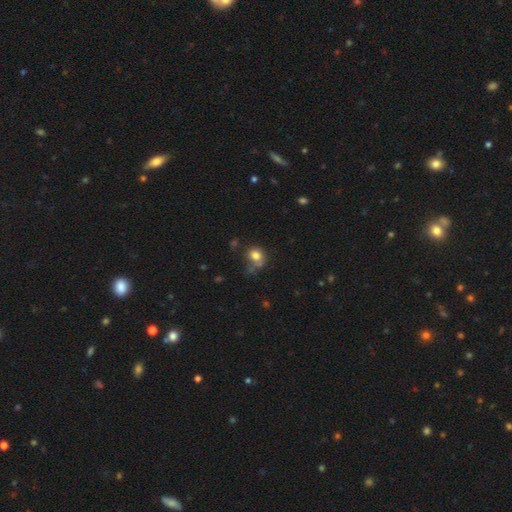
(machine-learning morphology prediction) smooth 79%, star or artifact 11%, featured or disk 10%. Down the decision tree: how rounded — round (67%); merging — none (53%).